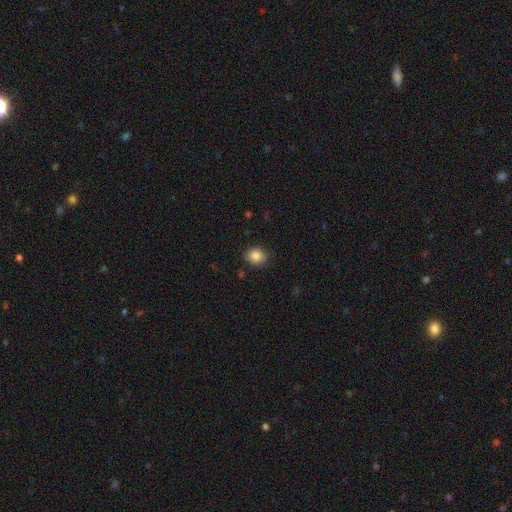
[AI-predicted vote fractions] Smooth or featured? smooth (86%)
How rounded? round (60%)
Merging? none (86%)